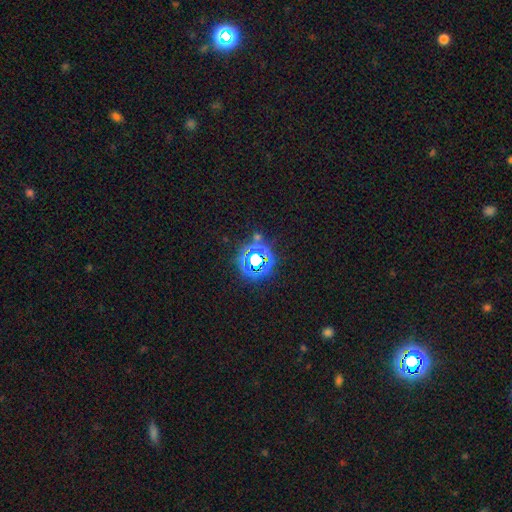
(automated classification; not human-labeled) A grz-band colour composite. It shows a star or artifact, not a galaxy (75%).